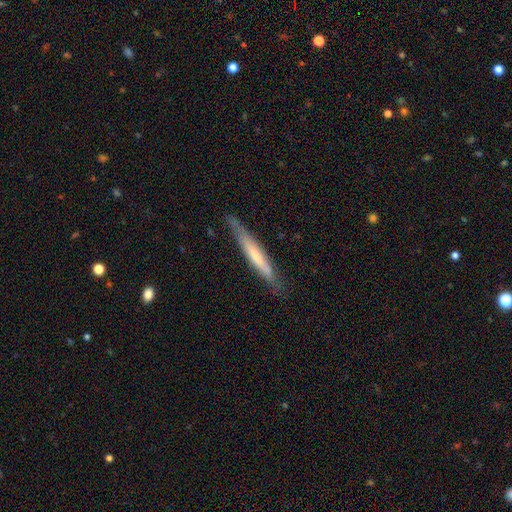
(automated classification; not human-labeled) featured or disk 48%, smooth 47%, star or artifact 6%. Down the decision tree: merging — none (80%).